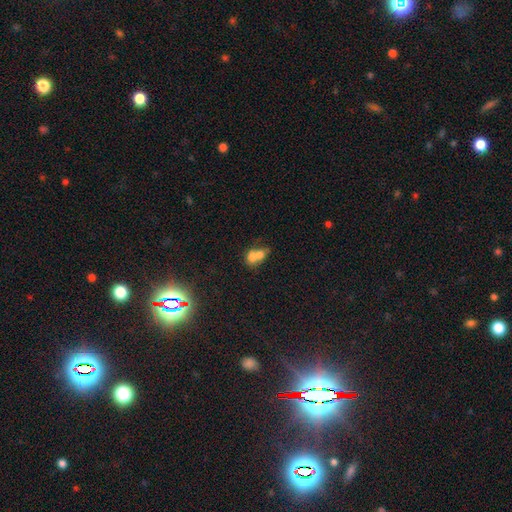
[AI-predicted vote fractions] A smooth galaxy with no disk features (64%) that is in between round and cigar-shaped (55%). Merging: merger (67%).